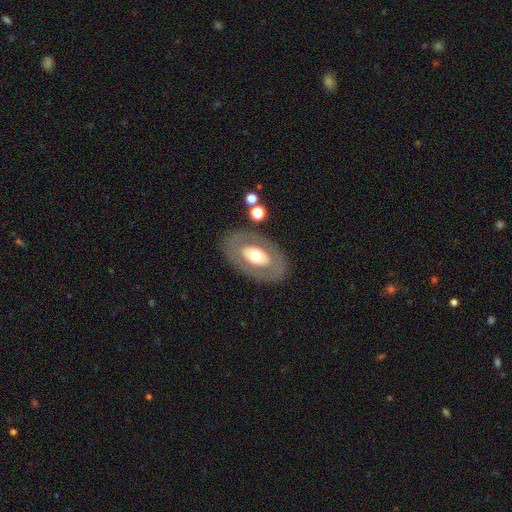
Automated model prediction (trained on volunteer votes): Smooth or featured? Predicted: featured or disk (p=0.50). Merging? Predicted: none (p=0.83).